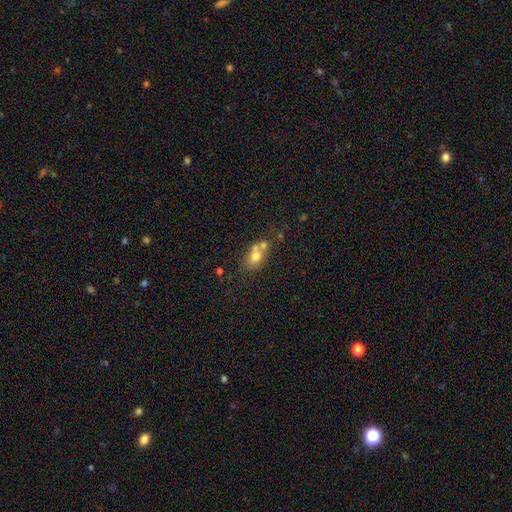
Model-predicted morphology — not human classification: Q: Smooth or featured?
A: smooth (66%); runner-up: featured or disk (22%)
Q: How rounded?
A: in between (61%); runner-up: round (36%)
Q: Merging?
A: merger (45%); runner-up: none (38%)